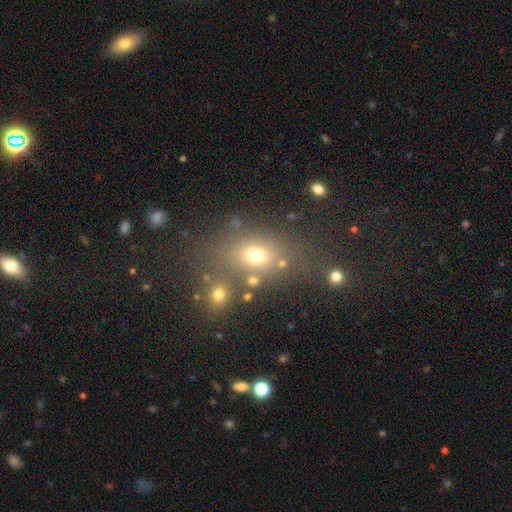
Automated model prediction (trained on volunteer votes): Overall: smooth (67%). How rounded: in between (60%; round 37%). Merging: none (67%).